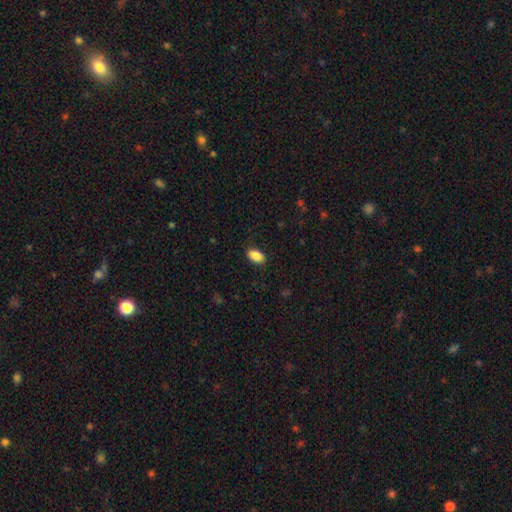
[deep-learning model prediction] Q: Smooth or featured?
A: smooth (88%); runner-up: star or artifact (8%)
Q: How rounded?
A: in between (92%); runner-up: round (6%)
Q: Merging?
A: none (88%); runner-up: minor disturbance (9%)